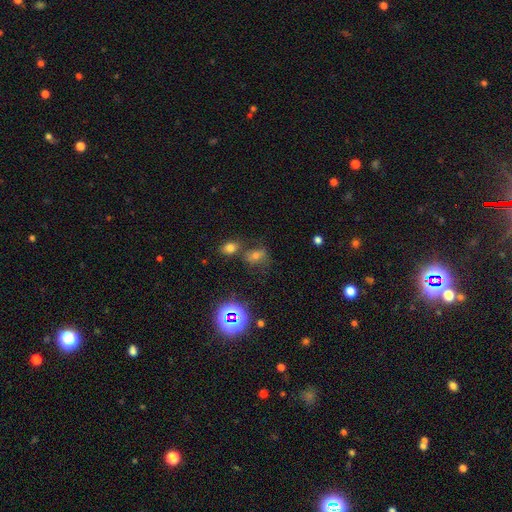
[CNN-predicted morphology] A smooth galaxy with no disk features (52%) that is in between round and cigar-shaped (61%).

Vote fractions:
- Smooth or featured? smooth: 52% / star or artifact: 32% / featured or disk: 16%
- How rounded? in between: 61% / round: 36% / cigar-shaped: 2%
- Merging? none: 53% / merger: 23% / minor disturbance: 16% / major disturbance: 8%